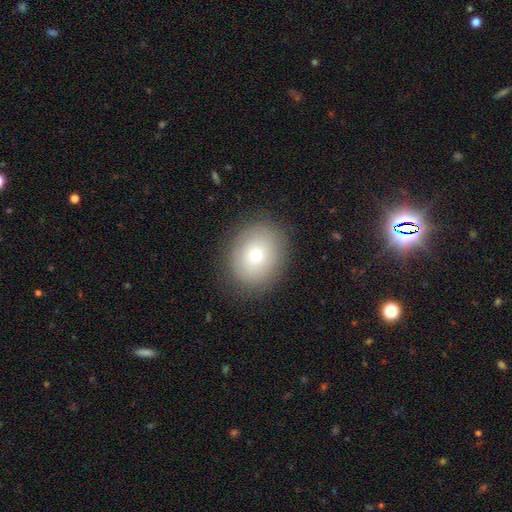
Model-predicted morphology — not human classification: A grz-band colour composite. It shows a smooth galaxy with no disk features (69%) that is round (65%). Merging: none (85%).